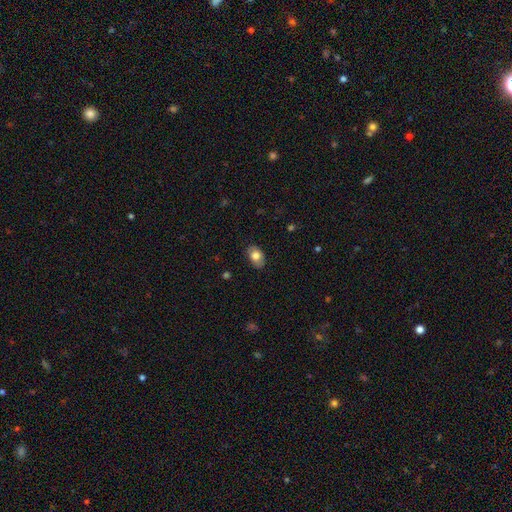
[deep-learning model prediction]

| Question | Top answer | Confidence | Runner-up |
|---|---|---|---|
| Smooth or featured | smooth | 75% | featured or disk (18%) |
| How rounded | in between | 87% | round (12%) |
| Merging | none | 82% | minor disturbance (14%) |